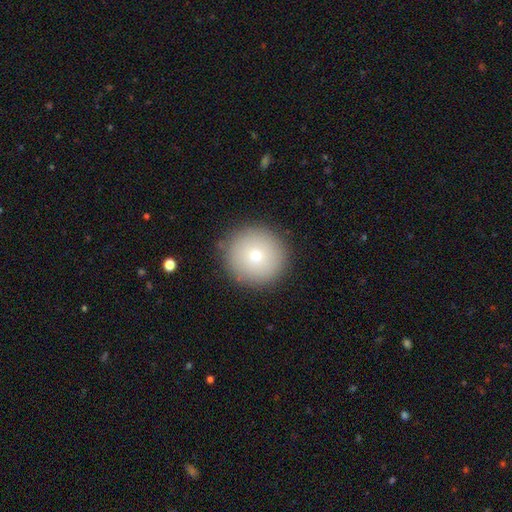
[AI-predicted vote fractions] Smooth or featured? Predicted: smooth (p=0.73). How rounded? Predicted: round (p=0.96). Merging? Predicted: none (p=0.89).